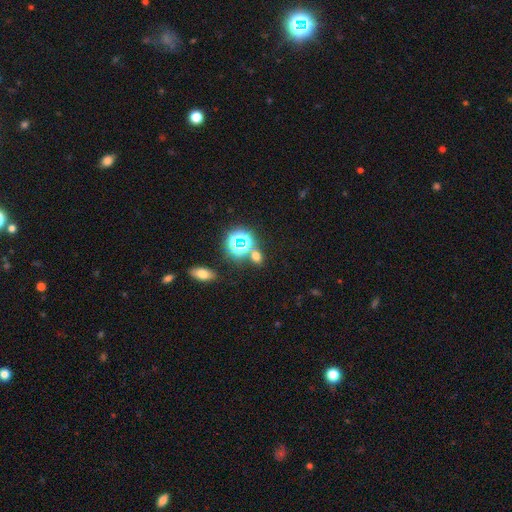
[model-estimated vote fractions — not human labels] smooth 53%, star or artifact 40%, featured or disk 7%. Down the decision tree: how rounded — round (60%); merging — none (73%).